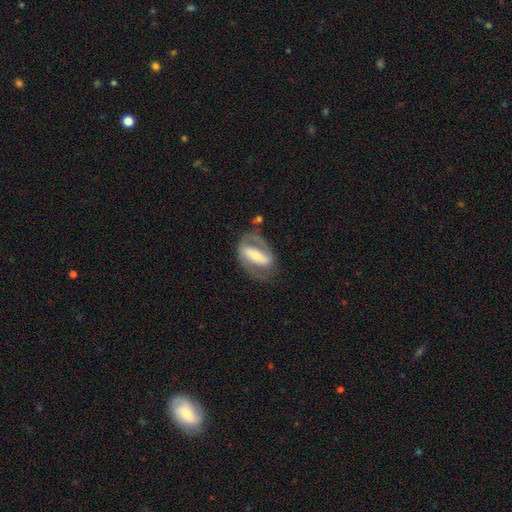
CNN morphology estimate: Q: Smooth or featured?
A: featured or disk (76%); runner-up: smooth (19%)
Q: Edge-on disk?
A: no (91%); runner-up: yes (9%)
Q: Bar?
A: strong (67%); runner-up: weak (19%)
Q: Spiral arms?
A: yes (72%); runner-up: no (28%)
Q: Bulge size?
A: small (46%); runner-up: moderate (43%)
Q: Merging?
A: none (61%); runner-up: minor disturbance (19%)